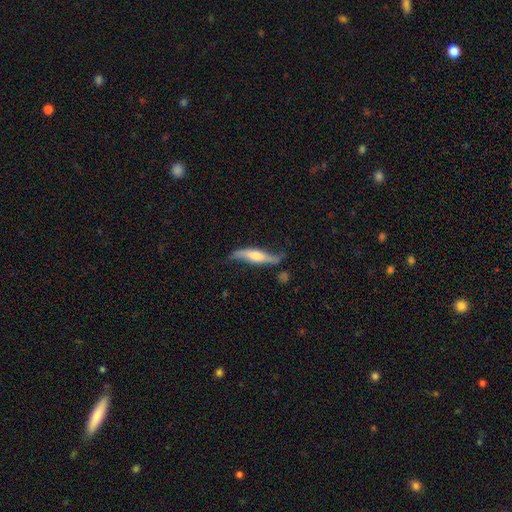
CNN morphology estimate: This is likely a featured or disk galaxy (67%). It is possibly viewed edge-on (54%). Merging: possibly none (58%).